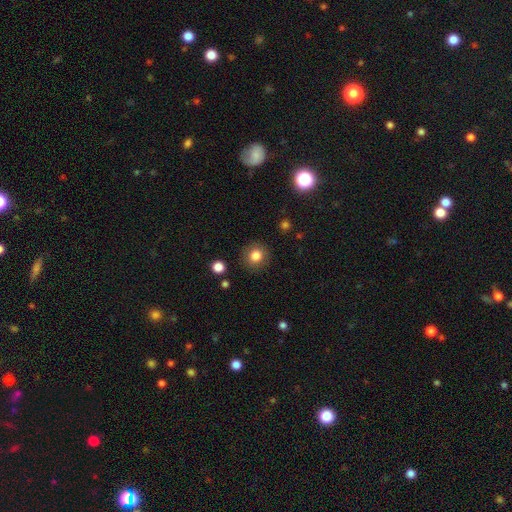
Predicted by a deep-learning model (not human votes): smooth_or_featured: smooth (p=0.82) [alt: star or artifact p=0.10]
how_rounded: round (p=0.90) [alt: in between p=0.09]
merging: none (p=0.88) [alt: minor disturbance p=0.08]